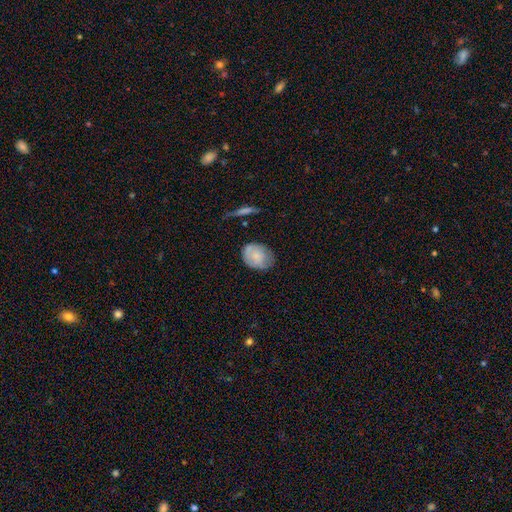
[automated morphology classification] Smooth or featured?
  - smooth: 73% *
  - featured or disk: 20%
  - star or artifact: 7%
How rounded?
  - in between: 61% *
  - round: 37%
  - cigar-shaped: 1%
Merging?
  - none: 62% *
  - minor disturbance: 28%
  - major disturbance: 7%
  - merger: 2%